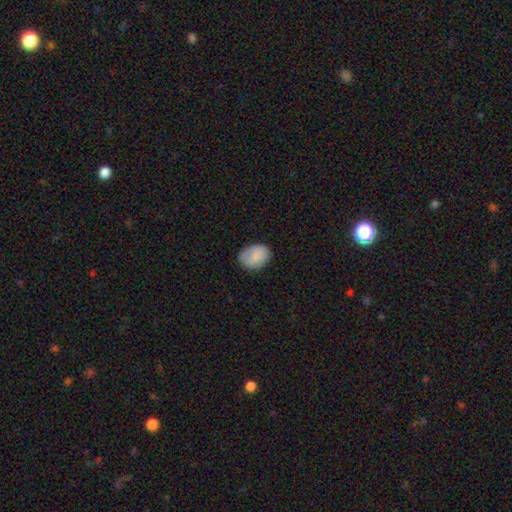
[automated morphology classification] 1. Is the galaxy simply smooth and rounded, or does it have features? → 85% smooth, 8% featured or disk, 7% star or artifact.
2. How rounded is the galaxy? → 71% in between, 28% round, 1% cigar-shaped.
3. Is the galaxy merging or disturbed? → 77% none, 18% minor disturbance, 4% major disturbance, 1% merger.